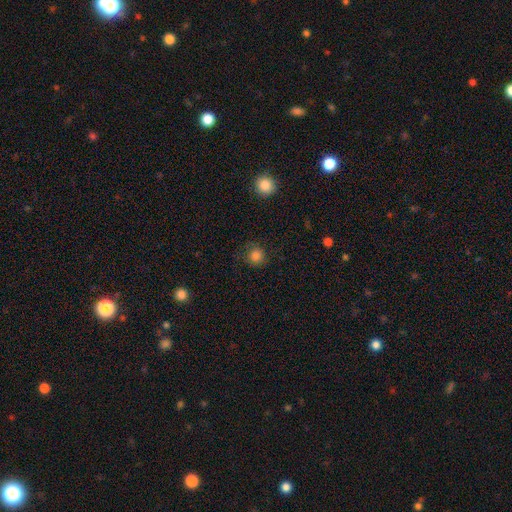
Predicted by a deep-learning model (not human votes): Morphology: type=smooth (82%); roundness=round (91%); merging=none (77%).